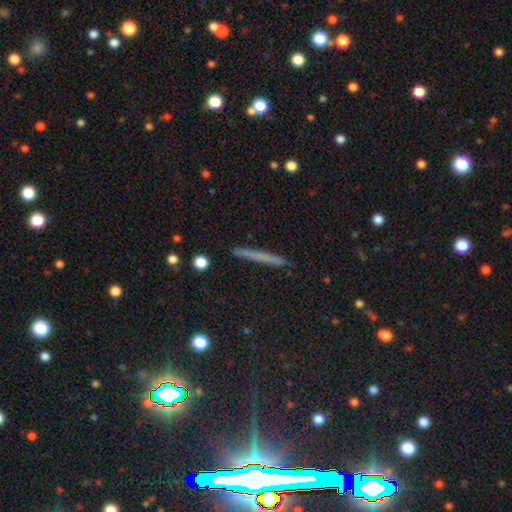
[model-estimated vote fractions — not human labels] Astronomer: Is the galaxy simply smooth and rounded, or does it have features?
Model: smooth — 39% (runner-up: featured or disk, 38%).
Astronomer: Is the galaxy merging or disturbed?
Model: none — 88%.